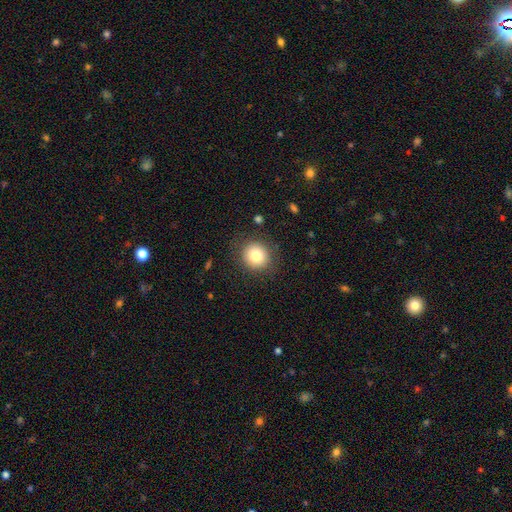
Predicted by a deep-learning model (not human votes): This appears to be a smooth galaxy with no disk features (80%) that is round (89%). Merging: none (87%).